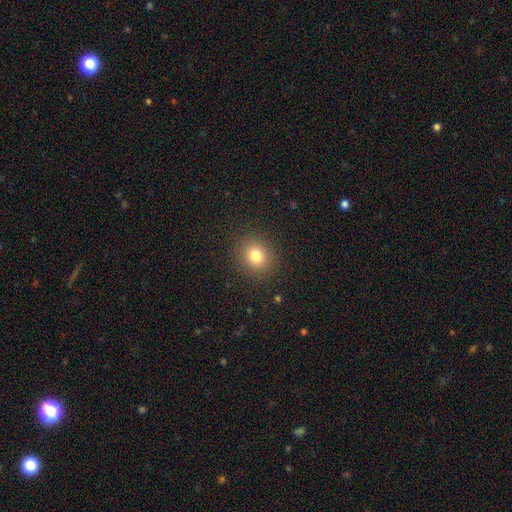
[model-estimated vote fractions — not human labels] smooth 79%, star or artifact 13%, featured or disk 8%. Down the decision tree: how rounded — round (83%); merging — none (89%).